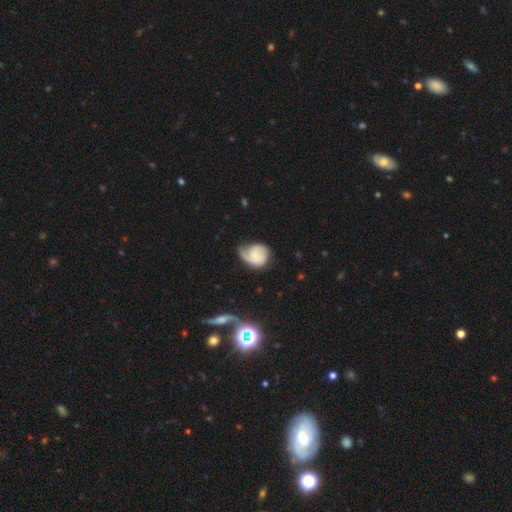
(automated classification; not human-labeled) Q: Smooth or featured?
A: featured or disk (55%); runner-up: smooth (38%)
Q: Edge-on disk?
A: no (97%); runner-up: yes (3%)
Q: Bar?
A: no (70%); runner-up: weak (26%)
Q: Spiral arms?
A: yes (88%); runner-up: no (12%)
Q: Bulge size?
A: small (57%); runner-up: moderate (25%)
Q: Merging?
A: none (42%); runner-up: minor disturbance (35%)